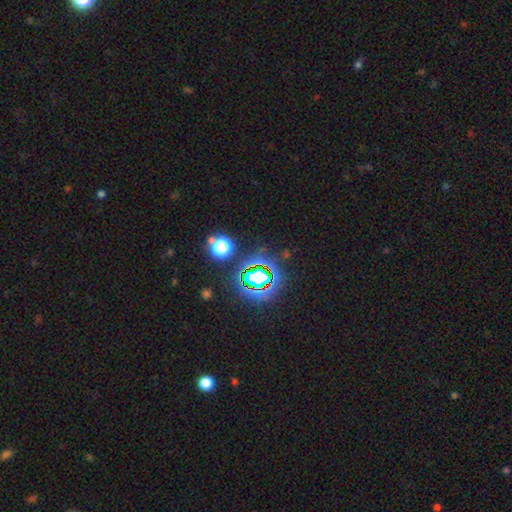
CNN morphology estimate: Smooth or featured?
  - star or artifact: 78% *
  - smooth: 14%
  - featured or disk: 8%